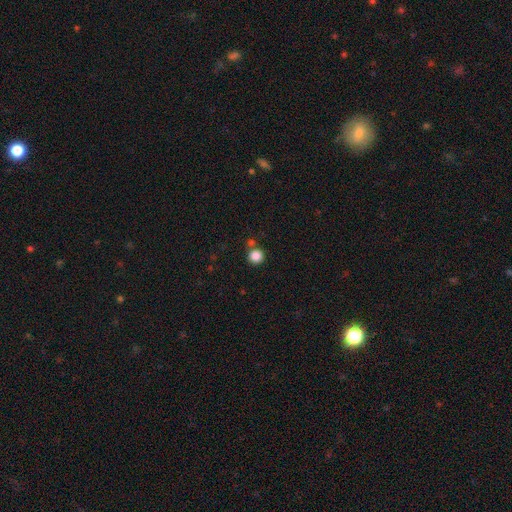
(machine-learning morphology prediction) Smooth or featured: smooth — 85% (star or artifact — 11%)
How rounded: round — 94% (in between — 5%)
Merging: none — 75% (merger — 13%)